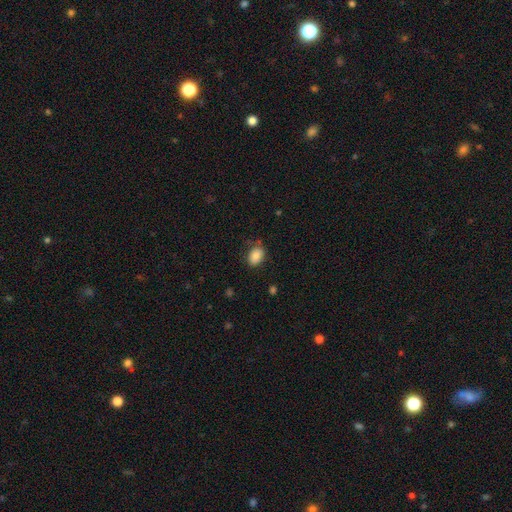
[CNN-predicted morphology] The model was most divided on "merging": none: 74%, minor disturbance: 19%, major disturbance: 5%, merger: 2%. More confident: smooth or featured — smooth (85%); how rounded — in between (79%).